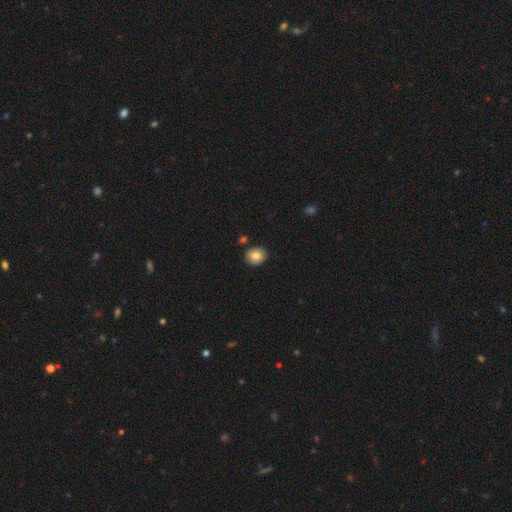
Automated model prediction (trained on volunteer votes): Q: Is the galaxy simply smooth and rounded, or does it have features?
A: smooth — 78%.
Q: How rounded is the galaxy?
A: round — 59%.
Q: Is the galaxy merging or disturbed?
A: none — 87%.